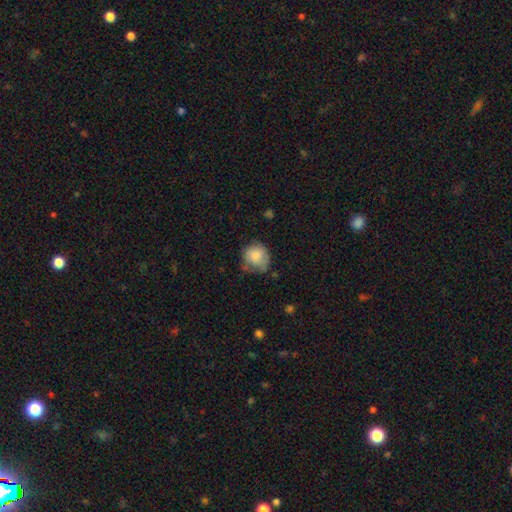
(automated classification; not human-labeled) This appears to be a smooth galaxy with no disk features (78%) that is round (79%). Merging: none (50%).